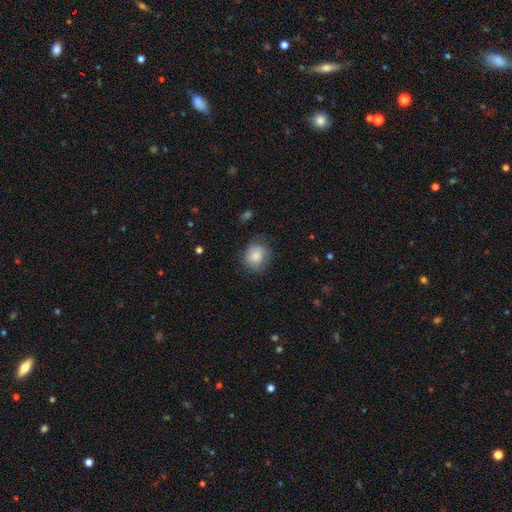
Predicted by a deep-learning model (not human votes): Overall: smooth (79%). How rounded: round (75%). Merging: none (71%).